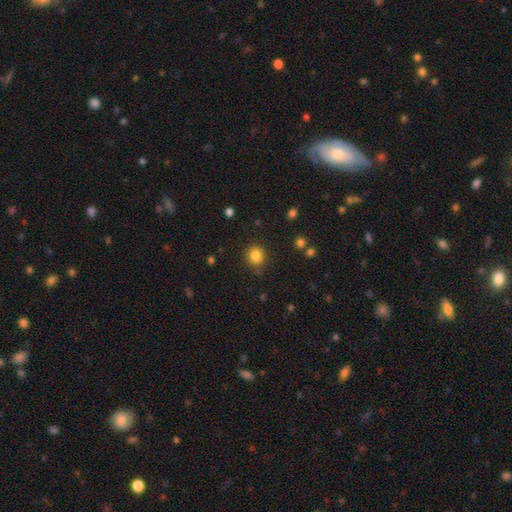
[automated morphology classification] Smooth or featured?
  - smooth: 84% *
  - star or artifact: 11%
  - featured or disk: 5%
How rounded?
  - round: 76% *
  - in between: 23%
  - cigar-shaped: 1%
Merging?
  - none: 81% *
  - minor disturbance: 13%
  - major disturbance: 4%
  - merger: 2%